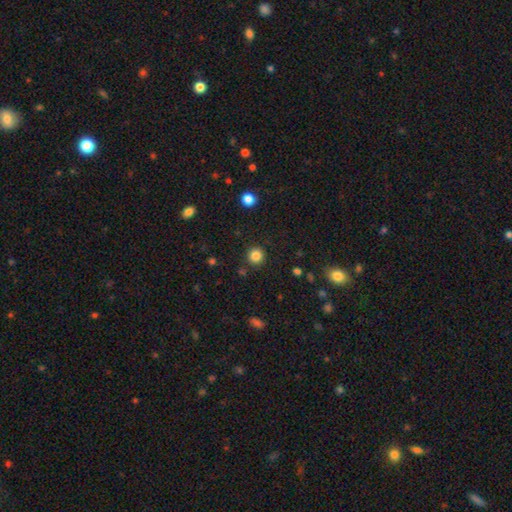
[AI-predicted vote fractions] A smooth galaxy with no disk features (84%) that is round (94%). Merging: none (90%).